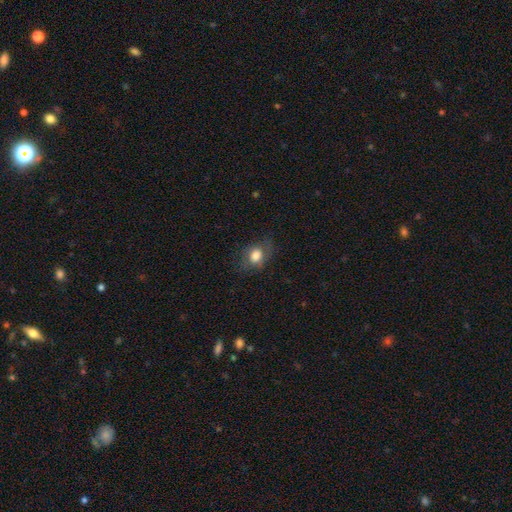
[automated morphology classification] type=smooth (78%); roundness=in between (59%); merging=none (67%).